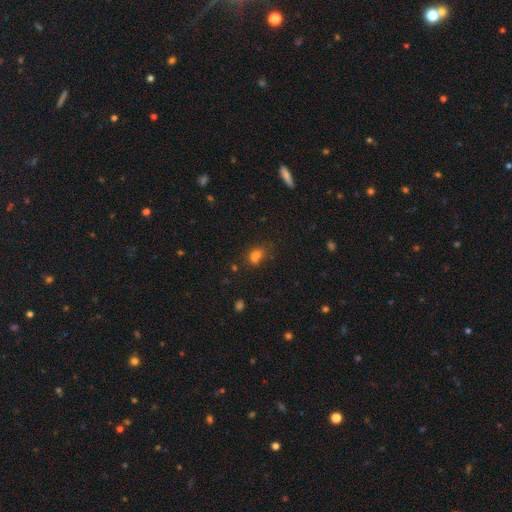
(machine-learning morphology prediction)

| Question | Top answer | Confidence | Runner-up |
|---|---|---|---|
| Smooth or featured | smooth | 73% | star or artifact (17%) |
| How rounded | in between | 60% | round (38%) |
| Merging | none | 39% | merger (34%) |